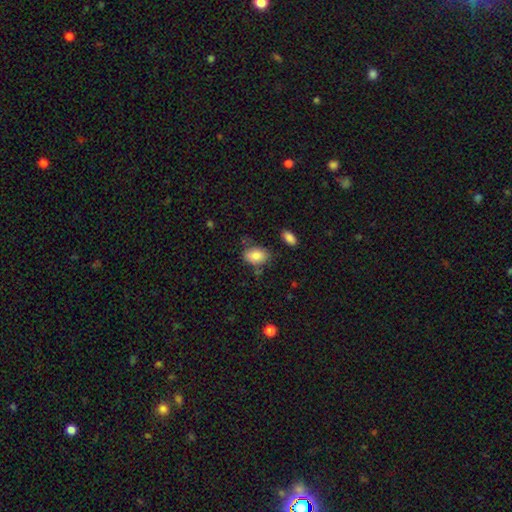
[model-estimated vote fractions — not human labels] smooth_or_featured: smooth (p=0.85) [alt: featured or disk p=0.08]
how_rounded: in between (p=0.86) [alt: round p=0.13]
merging: none (p=0.68) [alt: minor disturbance p=0.20]